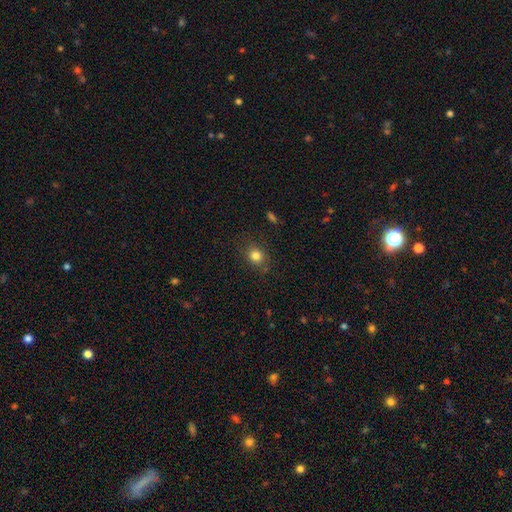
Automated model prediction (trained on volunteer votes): This is clearly a smooth galaxy (81%). How rounded: likely round (68%). Merging: likely none (80%).